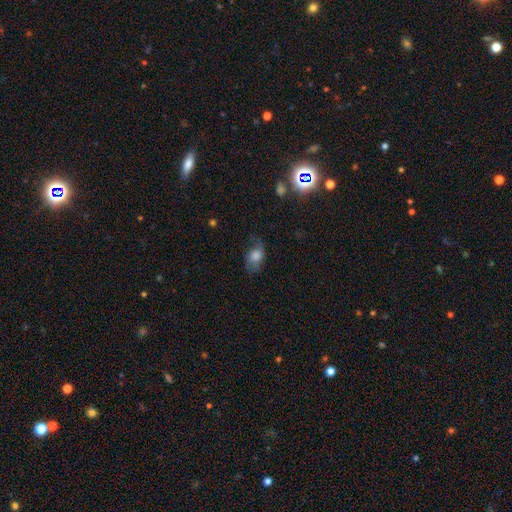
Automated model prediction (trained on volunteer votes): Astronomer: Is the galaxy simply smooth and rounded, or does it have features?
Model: smooth — 66%.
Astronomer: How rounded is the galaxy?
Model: in between — 80%.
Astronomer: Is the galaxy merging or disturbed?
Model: none — 52% (runner-up: minor disturbance, 28%).